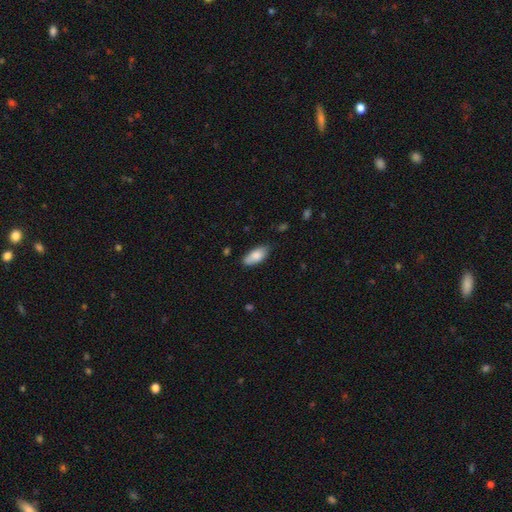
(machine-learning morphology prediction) The model was most divided on "merging": none: 73%, minor disturbance: 21%, major disturbance: 3%, merger: 2%. More confident: how rounded — in between (88%); smooth or featured — smooth (83%).